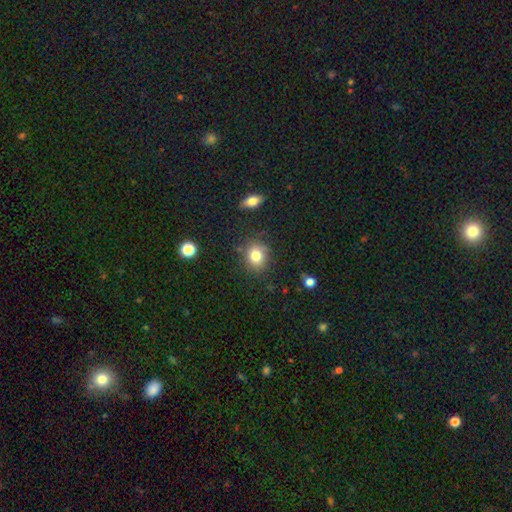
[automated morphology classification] Smooth or featured? smooth (81%)
How rounded? round (69%)
Merging? none (81%)